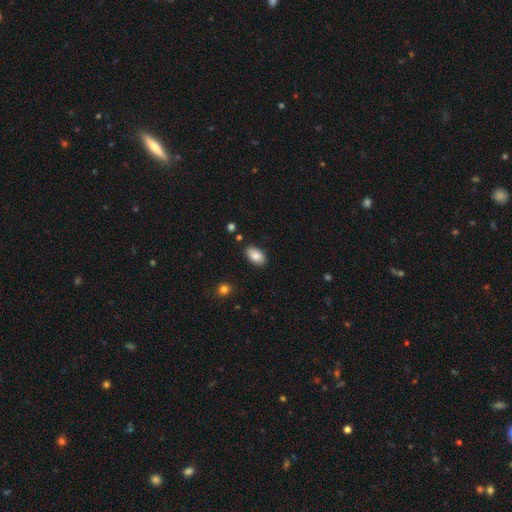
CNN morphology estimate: smooth 85%, featured or disk 7%, star or artifact 7%. Down the decision tree: how rounded — in between (94%); merging — none (85%).